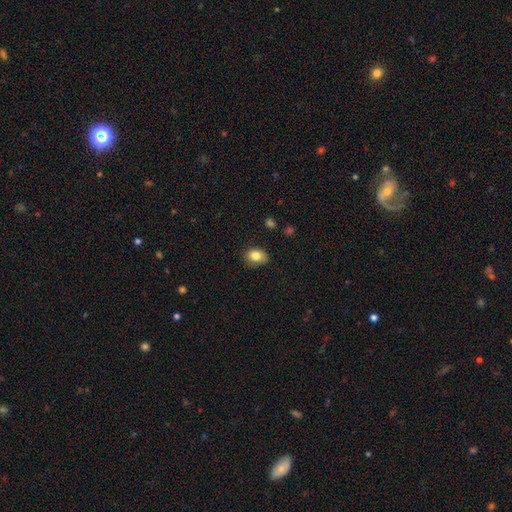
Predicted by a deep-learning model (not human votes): Q: Smooth or featured?
A: smooth (83%); runner-up: star or artifact (9%)
Q: How rounded?
A: in between (67%); runner-up: round (32%)
Q: Merging?
A: none (78%); runner-up: minor disturbance (17%)